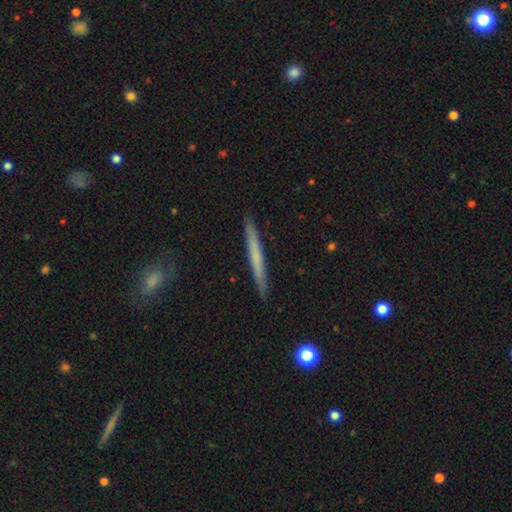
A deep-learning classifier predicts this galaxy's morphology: This appears to be a smooth galaxy with no disk features (55%) that is cigar-shaped (97%). Merging: none (91%).